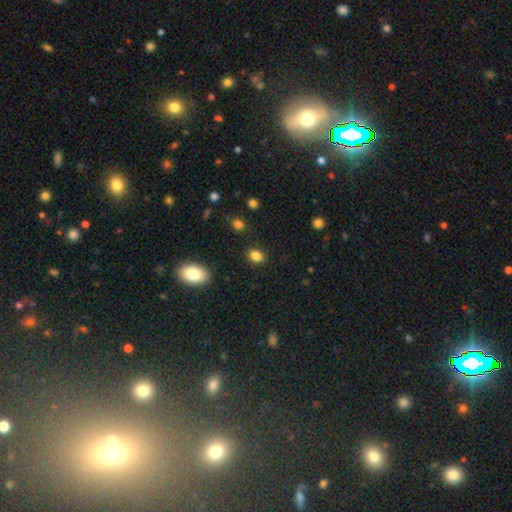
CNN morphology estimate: Smooth or featured? smooth (84%)
How rounded? in between (60%)
Merging? none (88%)